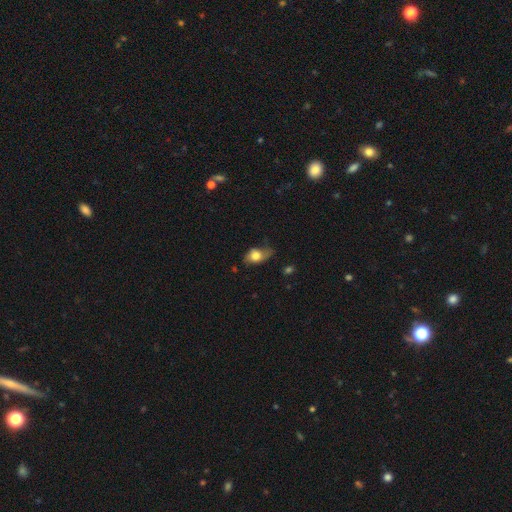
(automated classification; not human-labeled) This appears to be a smooth galaxy with no disk features (71%) that is in between round and cigar-shaped (79%). Merging: none (44%).